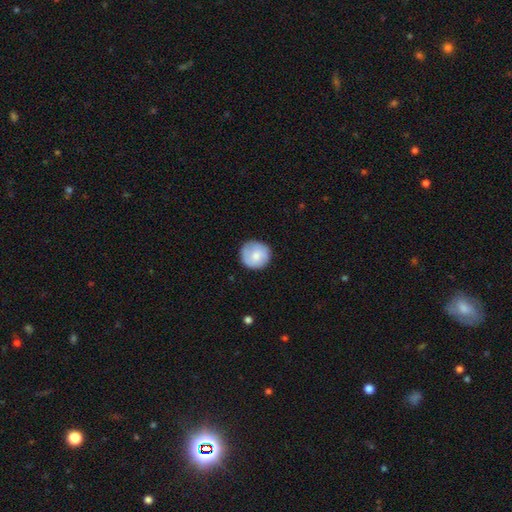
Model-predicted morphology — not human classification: The model was most divided on "smooth or featured": smooth: 72%, featured or disk: 22%, star or artifact: 6%. More confident: how rounded — round (93%); merging — none (83%).